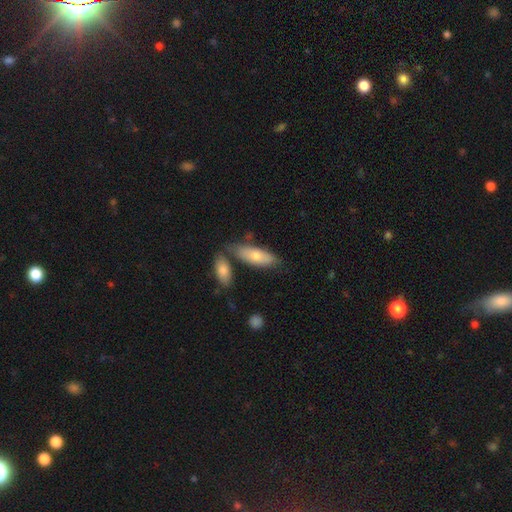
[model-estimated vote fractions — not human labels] This appears to be a smooth galaxy with no disk features (74%) that is in between round and cigar-shaped (72%). Merging: none (61%).